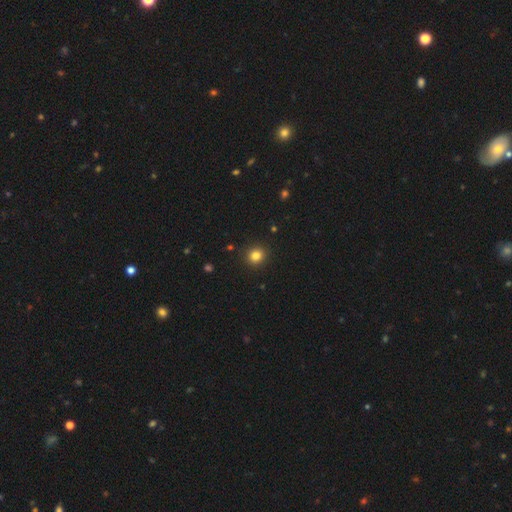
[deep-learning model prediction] Smooth or featured: smooth — 82% (star or artifact — 13%)
How rounded: round — 87% (in between — 12%)
Merging: none — 92% (minor disturbance — 5%)